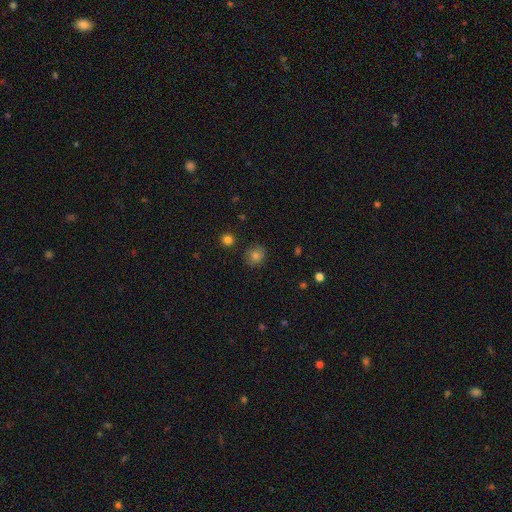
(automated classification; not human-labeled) Smooth or featured? Predicted: smooth (p=0.79). How rounded? Predicted: round (p=0.79). Merging? Predicted: none (p=0.85).